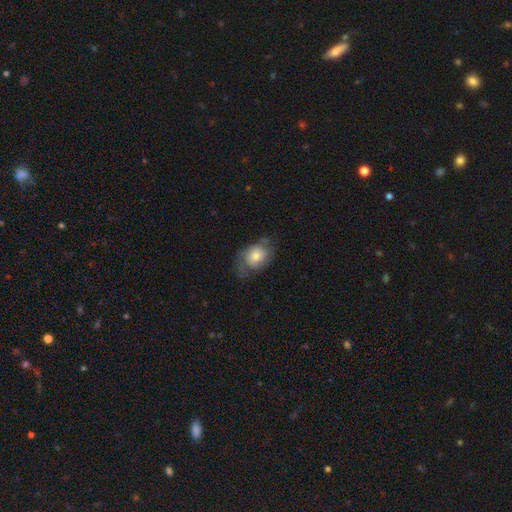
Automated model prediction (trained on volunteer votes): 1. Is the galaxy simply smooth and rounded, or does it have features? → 51% smooth, 41% featured or disk, 8% star or artifact.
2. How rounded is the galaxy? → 68% in between, 31% round, 1% cigar-shaped.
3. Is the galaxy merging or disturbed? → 52% none, 29% minor disturbance, 18% major disturbance, 2% merger.